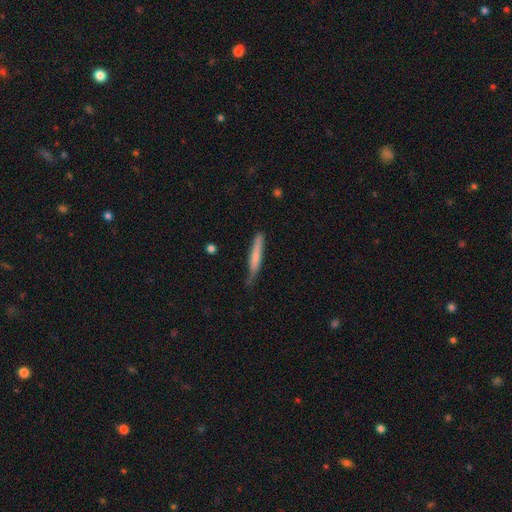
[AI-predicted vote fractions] Overall: smooth (65%; featured or disk 29%). How rounded: cigar-shaped (94%). Merging: none (67%).